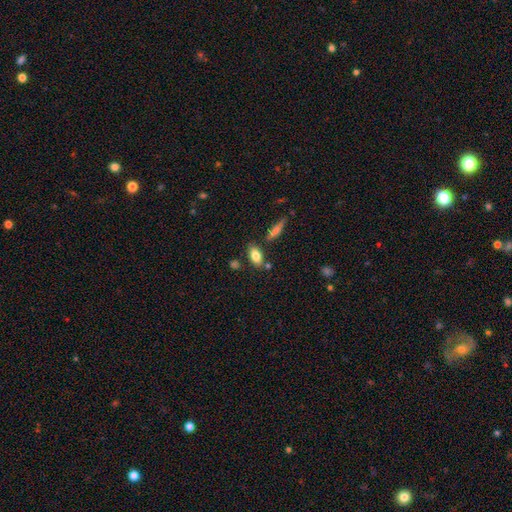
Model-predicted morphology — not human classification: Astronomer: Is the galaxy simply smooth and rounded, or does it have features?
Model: smooth — 80%.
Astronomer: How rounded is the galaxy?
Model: in between — 87%.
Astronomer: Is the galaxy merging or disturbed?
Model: none — 76%.